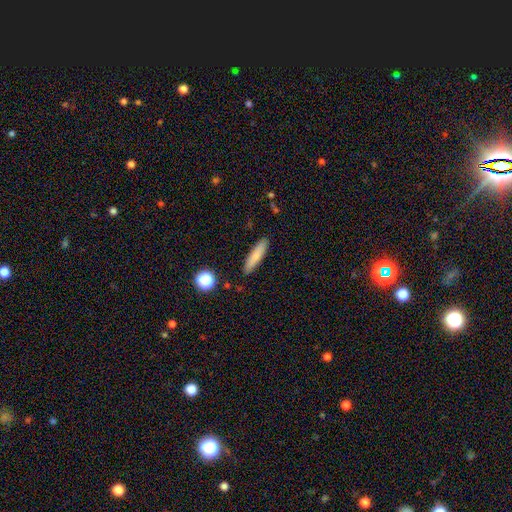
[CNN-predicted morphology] smooth_or_featured: smooth (p=0.76) [alt: featured or disk p=0.16]
how_rounded: cigar-shaped (p=0.82) [alt: in between p=0.16]
merging: none (p=0.88) [alt: minor disturbance p=0.09]